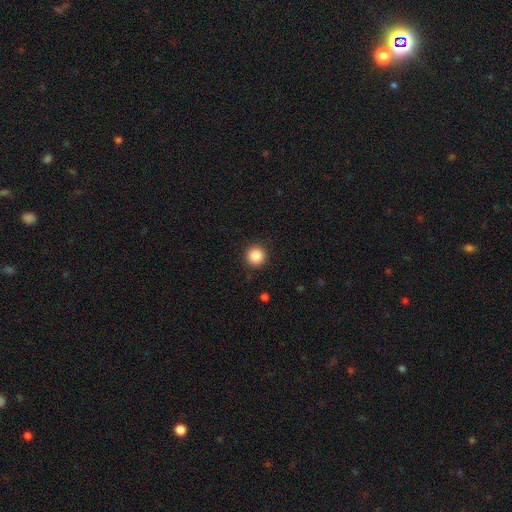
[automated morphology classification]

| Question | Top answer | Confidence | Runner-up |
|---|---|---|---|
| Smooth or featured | smooth | 87% | star or artifact (10%) |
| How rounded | round | 95% | in between (4%) |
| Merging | none | 91% | minor disturbance (6%) |